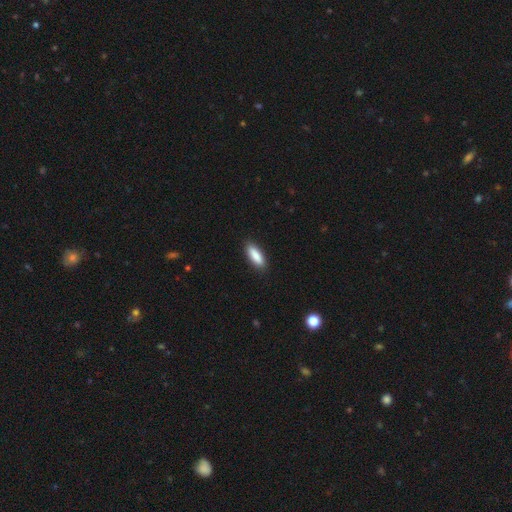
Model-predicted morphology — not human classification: Smooth or featured? smooth (88%)
How rounded? in between (59%)
Merging? none (88%)